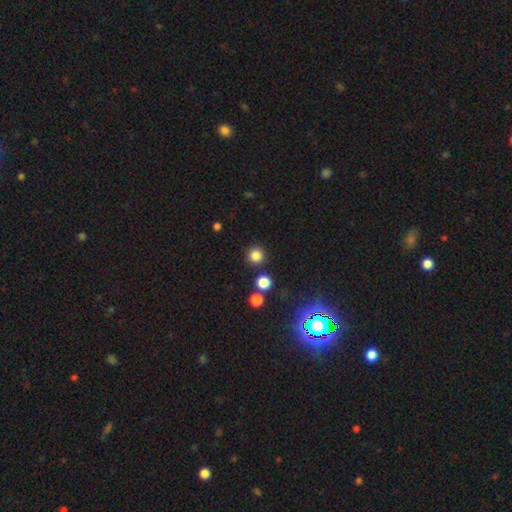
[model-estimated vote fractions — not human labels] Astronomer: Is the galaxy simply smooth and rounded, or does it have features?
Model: smooth — 82%.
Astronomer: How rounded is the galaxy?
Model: round — 94%.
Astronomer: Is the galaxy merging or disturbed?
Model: none — 87%.